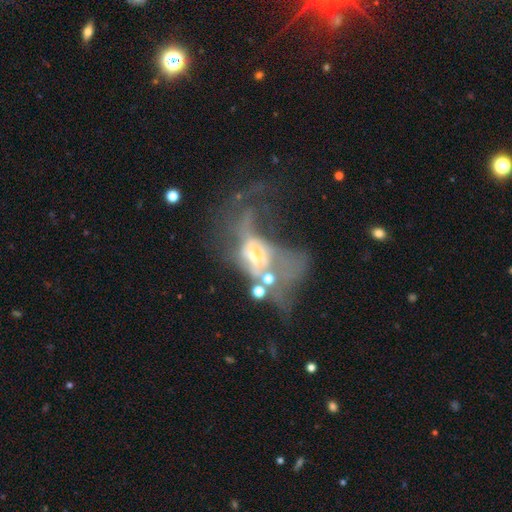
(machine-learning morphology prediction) A featured or disk galaxy (62%) with no bar (75%), no spiral arms (76%) and a moderate central bulge (43%).

Vote fractions:
- Smooth or featured? featured or disk: 62% / smooth: 22% / star or artifact: 16%
- Edge-on disk? no: 91% / yes: 9%
- Bar? no: 75% / weak: 18% / strong: 7%
- Spiral arms? no: 76% / yes: 24%
- Bulge size? moderate: 43% / small: 35% / large: 10% / none: 9% / dominant: 3%
- Merging? major disturbance: 50% / merger: 28% / none: 13% / minor disturbance: 8%